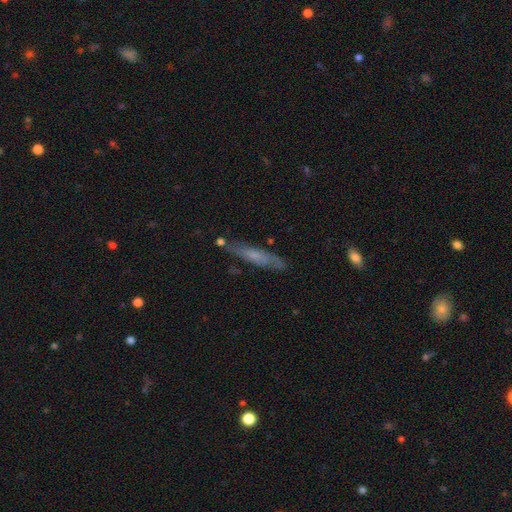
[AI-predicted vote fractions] A featured or disk galaxy (50%) viewed edge-on (65%). Merging: none (75%).